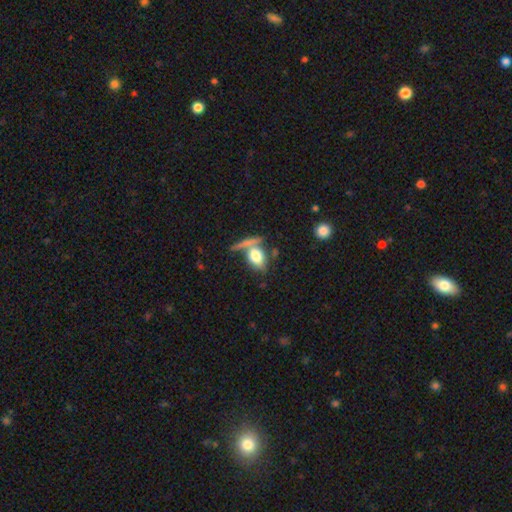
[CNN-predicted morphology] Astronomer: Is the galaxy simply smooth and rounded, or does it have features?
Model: smooth — 76%.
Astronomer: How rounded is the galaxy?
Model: in between — 73%.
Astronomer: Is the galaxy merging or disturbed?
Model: none — 50% (runner-up: merger, 30%).